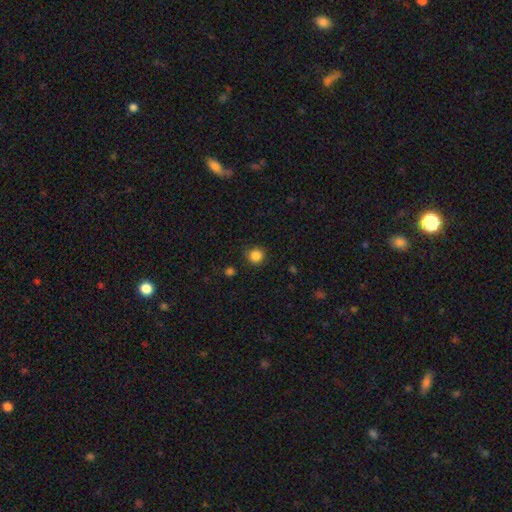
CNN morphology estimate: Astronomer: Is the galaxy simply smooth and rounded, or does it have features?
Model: smooth — 85%.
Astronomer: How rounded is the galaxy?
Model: round — 93%.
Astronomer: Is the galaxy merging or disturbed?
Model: none — 88%.